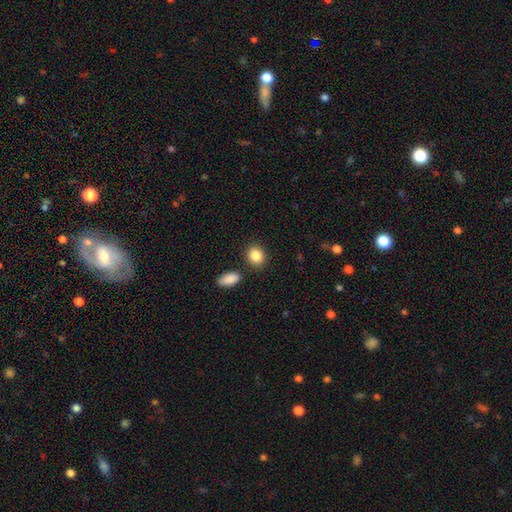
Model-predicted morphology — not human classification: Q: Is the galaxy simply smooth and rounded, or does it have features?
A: smooth — 87%.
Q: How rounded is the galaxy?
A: round — 53%.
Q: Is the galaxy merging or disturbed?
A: none — 82%.